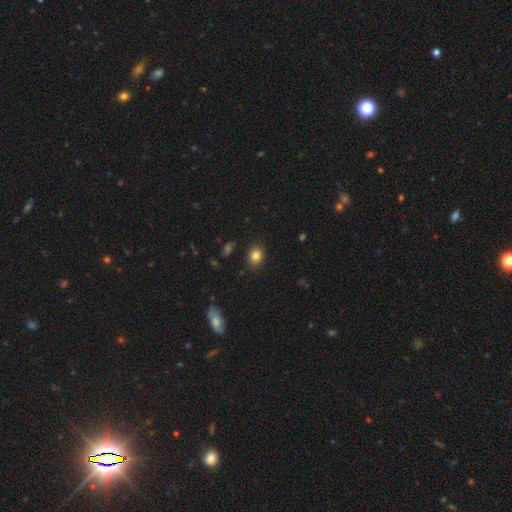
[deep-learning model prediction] Smooth or featured: smooth — 83% (star or artifact — 10%)
How rounded: round — 55% (in between — 44%)
Merging: none — 85% (minor disturbance — 11%)